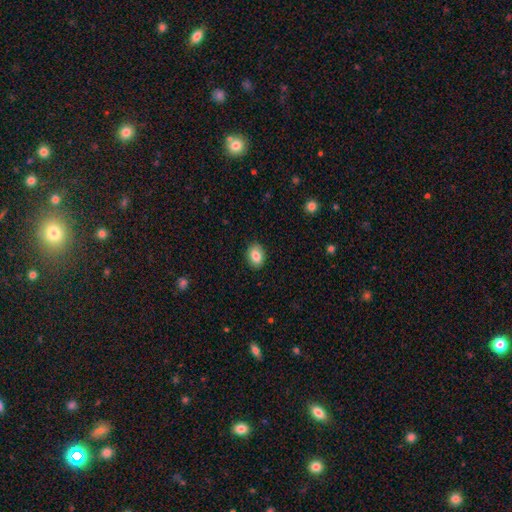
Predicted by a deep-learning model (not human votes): Smooth or featured?
  - smooth: 84% *
  - star or artifact: 8%
  - featured or disk: 7%
How rounded?
  - in between: 72% *
  - round: 27%
  - cigar-shaped: 1%
Merging?
  - none: 89% *
  - minor disturbance: 9%
  - major disturbance: 2%
  - merger: 1%